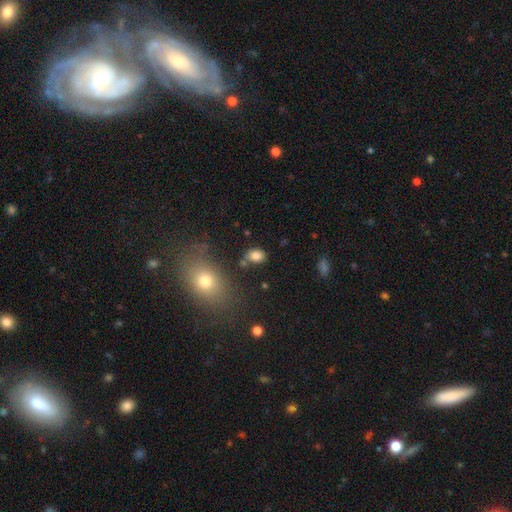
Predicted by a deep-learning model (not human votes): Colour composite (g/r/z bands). It shows a smooth galaxy with no disk features (82%) that is in between round and cigar-shaped (67%). Merging: none (68%).